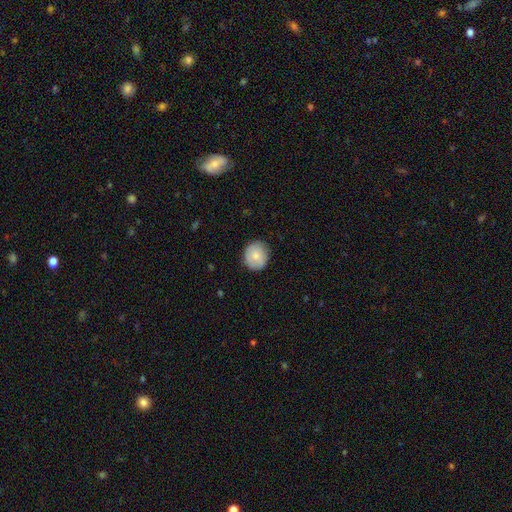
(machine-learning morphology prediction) Q: Smooth or featured?
A: smooth (75%); runner-up: featured or disk (19%)
Q: How rounded?
A: round (82%); runner-up: in between (18%)
Q: Merging?
A: none (83%); runner-up: minor disturbance (14%)